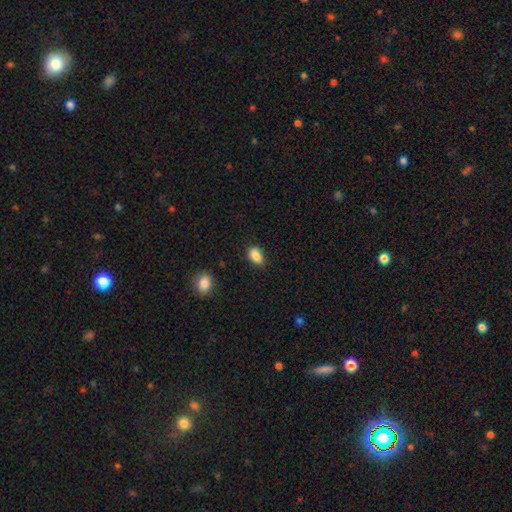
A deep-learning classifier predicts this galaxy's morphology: smooth 87%, star or artifact 9%, featured or disk 4%. Down the decision tree: how rounded — in between (84%); merging — none (80%).